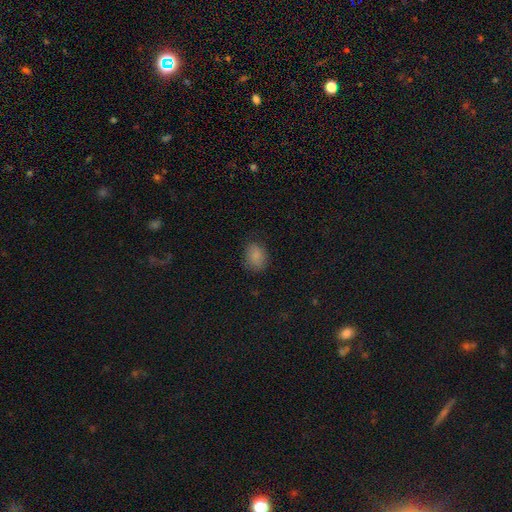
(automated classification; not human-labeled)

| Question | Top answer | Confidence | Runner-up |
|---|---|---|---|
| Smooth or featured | smooth | 85% | star or artifact (9%) |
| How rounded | in between | 63% | round (36%) |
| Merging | none | 77% | minor disturbance (17%) |